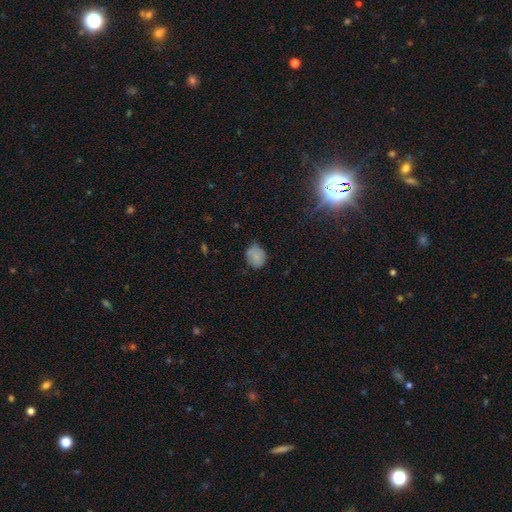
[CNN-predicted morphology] Smooth or featured: smooth — 80% (star or artifact — 10%)
How rounded: round — 53% (in between — 46%)
Merging: none — 69% (minor disturbance — 24%)